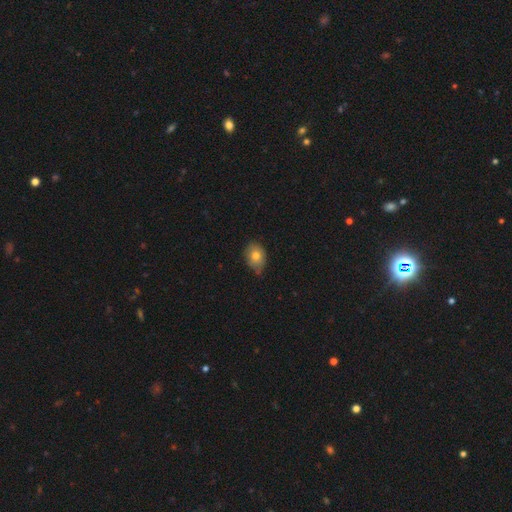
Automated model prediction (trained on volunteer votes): Smooth or featured?
  - smooth: 76% *
  - featured or disk: 14%
  - star or artifact: 10%
How rounded?
  - in between: 58% *
  - round: 41%
  - cigar-shaped: 1%
Merging?
  - none: 57% *
  - minor disturbance: 35%
  - major disturbance: 5%
  - merger: 3%